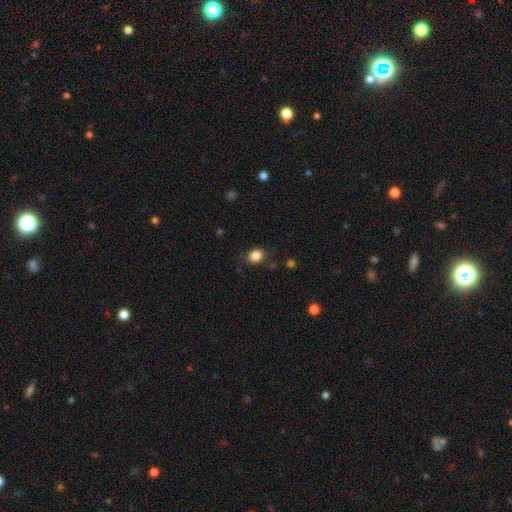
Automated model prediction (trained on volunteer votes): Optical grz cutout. It shows a smooth galaxy with no disk features (85%) that is round (64%). Merging: none (82%).